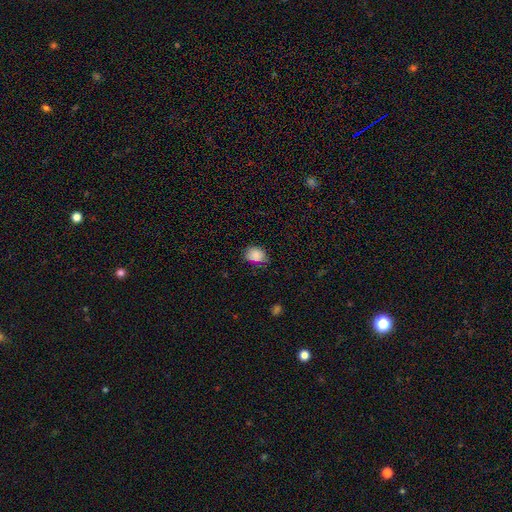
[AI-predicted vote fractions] Overall: smooth (85%). How rounded: in between (53%; round 46%). Merging: none (68%).